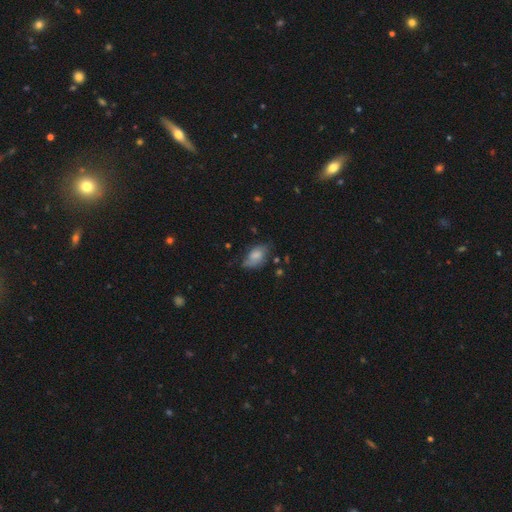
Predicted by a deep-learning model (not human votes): Smooth or featured? Predicted: smooth (p=0.69). How rounded? Predicted: in between (p=0.90). Merging? Predicted: none (p=0.51).